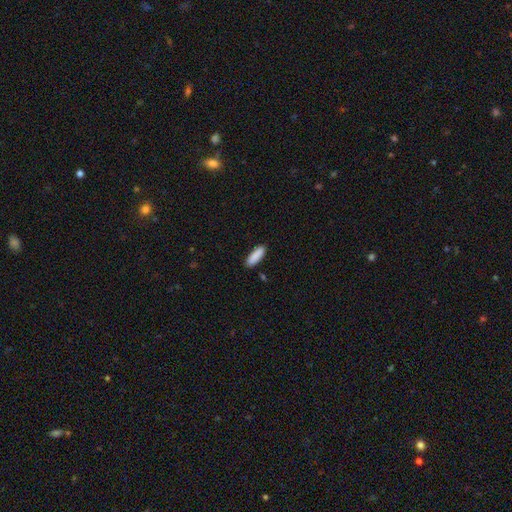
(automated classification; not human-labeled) smooth_or_featured: smooth (p=0.90) [alt: star or artifact p=0.06]
how_rounded: in between (p=0.49) [tied with: cigar-shaped p=0.49]
merging: none (p=0.88) [alt: minor disturbance p=0.09]